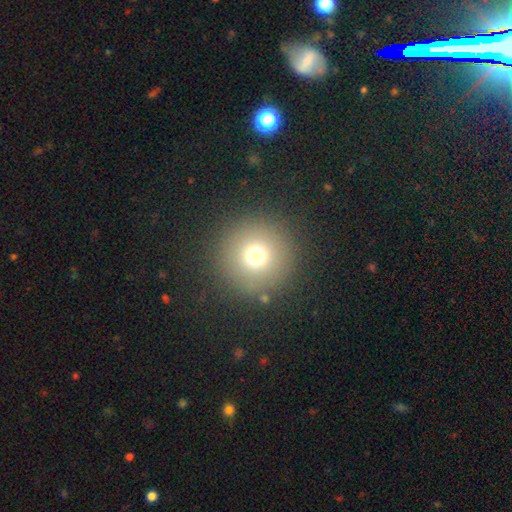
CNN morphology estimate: This appears to be a smooth galaxy with no disk features (73%) that is round (97%). Merging: none (89%).